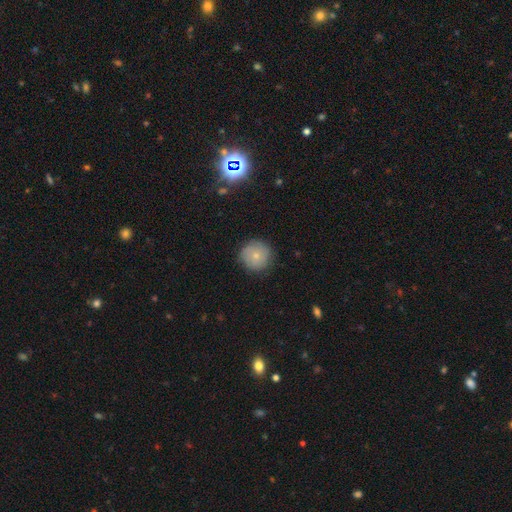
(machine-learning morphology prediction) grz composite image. It shows a smooth galaxy with no disk features (75%) that is round (95%). Merging: none (85%).